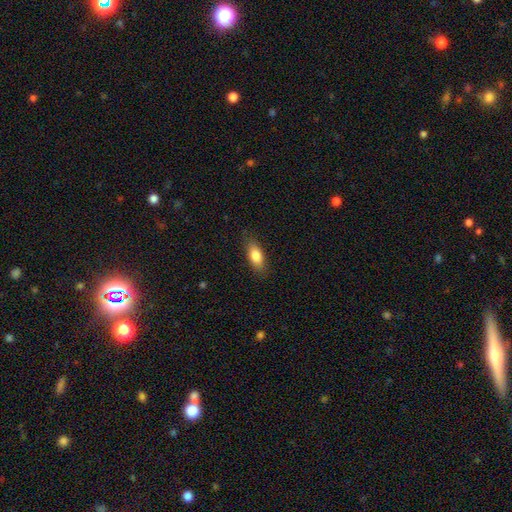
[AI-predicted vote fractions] Smooth or featured?
  - smooth: 82% *
  - featured or disk: 11%
  - star or artifact: 7%
How rounded?
  - in between: 81% *
  - cigar-shaped: 16%
  - round: 3%
Merging?
  - none: 84% *
  - minor disturbance: 12%
  - major disturbance: 3%
  - merger: 1%